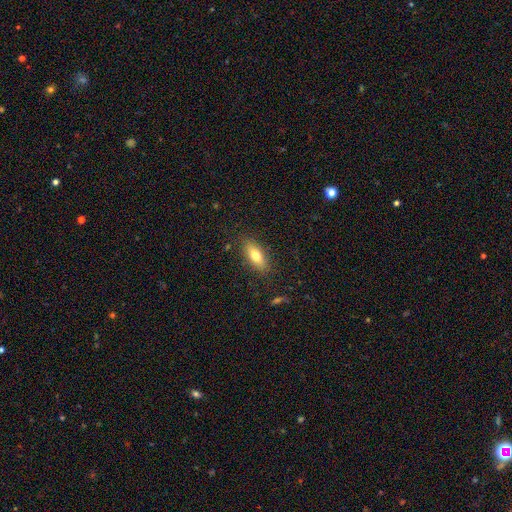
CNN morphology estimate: This appears to be a smooth galaxy with no disk features (74%) that is in between round and cigar-shaped (77%). Merging: none (85%).